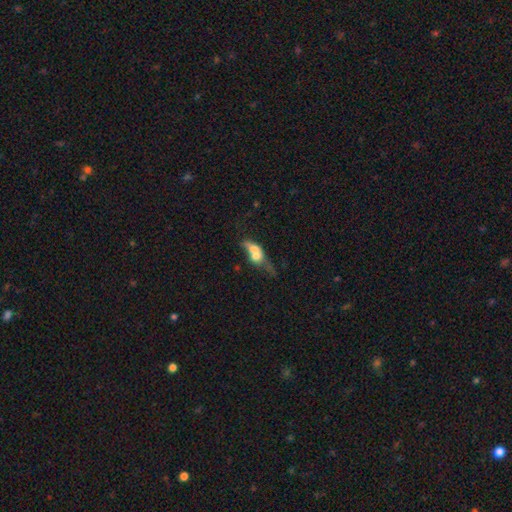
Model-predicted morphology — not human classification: smooth 52%, featured or disk 38%, star or artifact 10%. Down the decision tree: how rounded — in between (56%); merging — merger (64%).